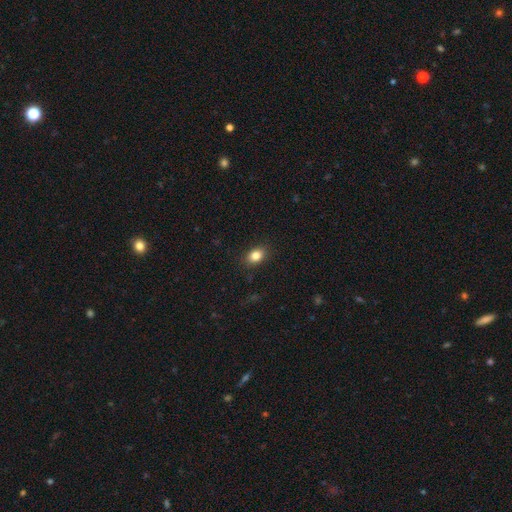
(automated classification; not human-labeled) The model was most divided on "how rounded": in between: 74%, round: 25%, cigar-shaped: 1%. More confident: merging — none (88%); smooth or featured — smooth (84%).